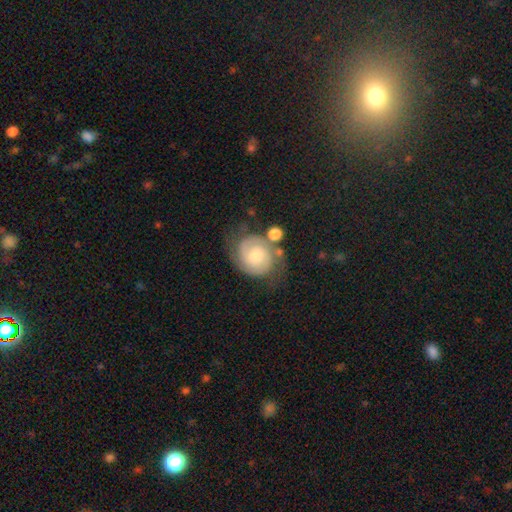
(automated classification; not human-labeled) This appears to be a featured or disk galaxy (73%) with no bar (70%), 2 (77%) tight (58%) spiral arms (92%) and a moderate central bulge (48%). Merging: none (61%).